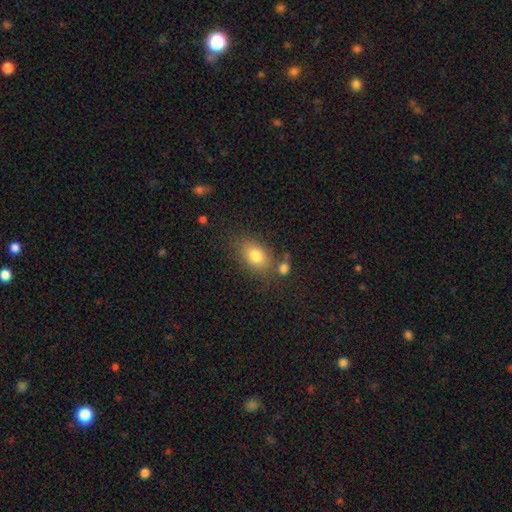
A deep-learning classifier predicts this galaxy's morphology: type=smooth (79%); roundness=in between (77%); merging=none (68%).